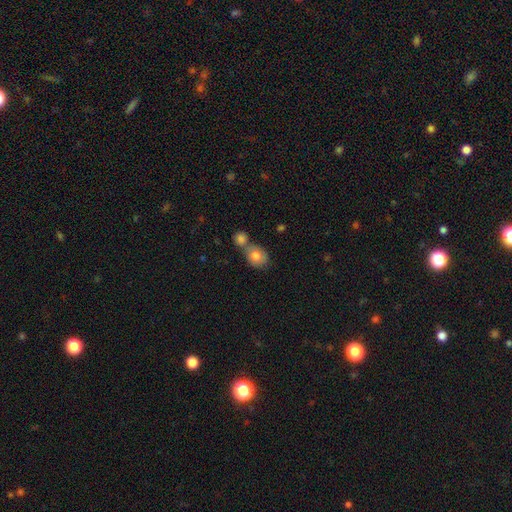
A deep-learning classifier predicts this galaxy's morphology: type=smooth (78%); roundness=round (58%); merging=merger (48%).